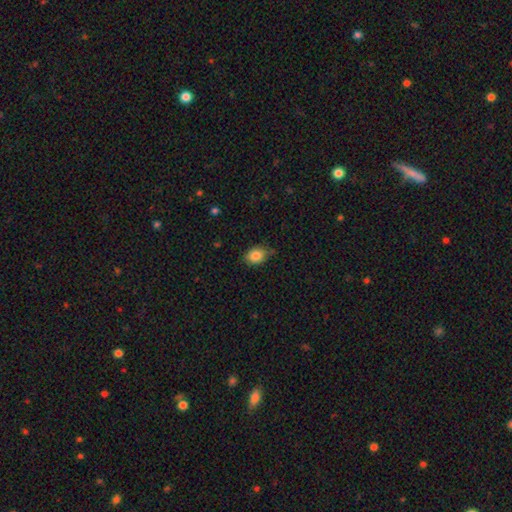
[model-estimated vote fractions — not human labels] Smooth or featured? smooth (85%)
How rounded? in between (68%)
Merging? none (74%)